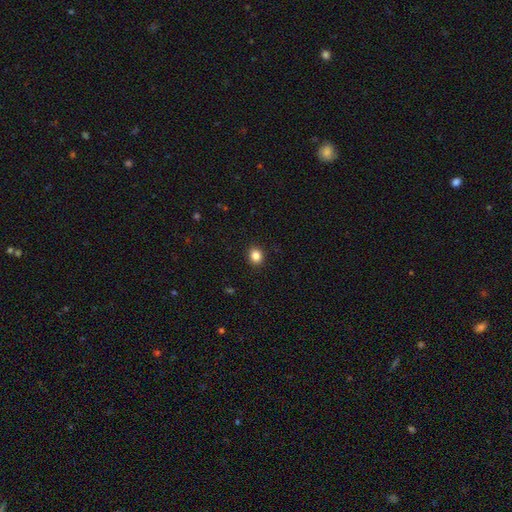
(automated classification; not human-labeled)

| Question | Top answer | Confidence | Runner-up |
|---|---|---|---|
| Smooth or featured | smooth | 85% | star or artifact (11%) |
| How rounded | round | 70% | in between (29%) |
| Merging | none | 92% | minor disturbance (6%) |